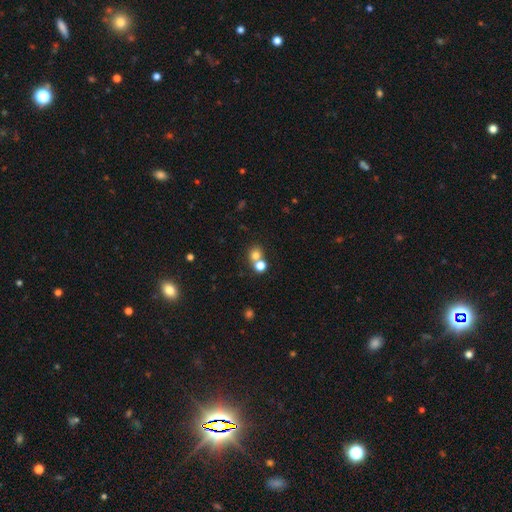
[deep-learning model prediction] smooth-or-featured: smooth: 74% | star or artifact: 16% | featured or disk: 10%
  how-rounded: round: 79% | in between: 20% | cigar-shaped: 1%
  merging: none: 49% | merger: 41% | minor disturbance: 7% | major disturbance: 4%